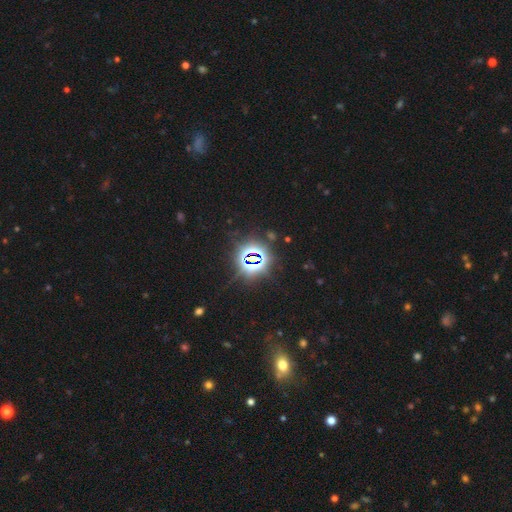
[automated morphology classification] Smooth or featured?
  - star or artifact: 81% *
  - smooth: 12%
  - featured or disk: 7%